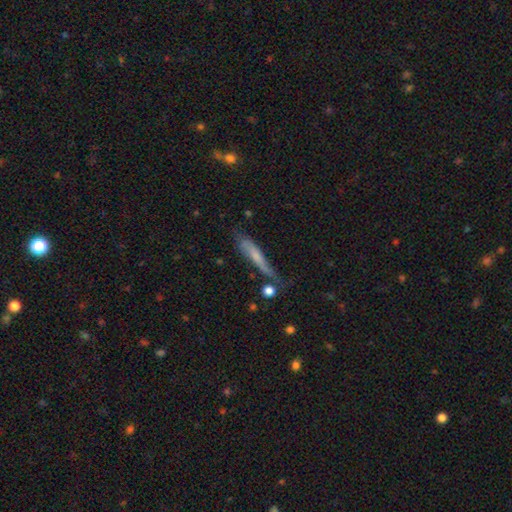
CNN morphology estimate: Smooth or featured? smooth (55%)
How rounded? cigar-shaped (87%)
Merging? none (49%)